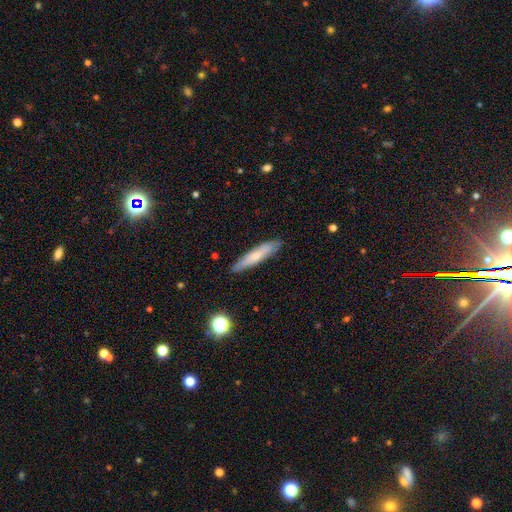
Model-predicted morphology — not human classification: Smooth or featured? smooth (61%)
How rounded? cigar-shaped (88%)
Merging? none (87%)